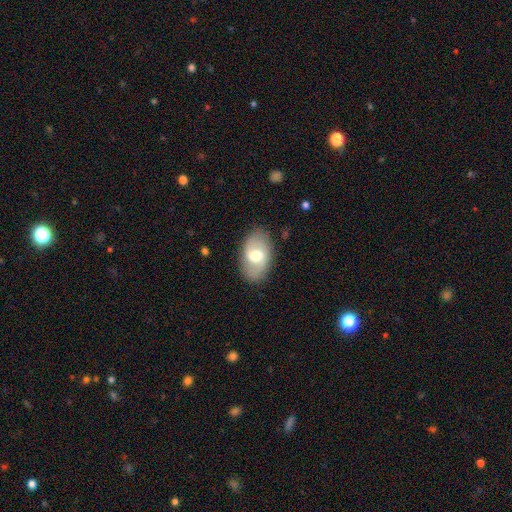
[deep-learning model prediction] This appears to be a featured or disk galaxy (49%). Merging: none (83%).